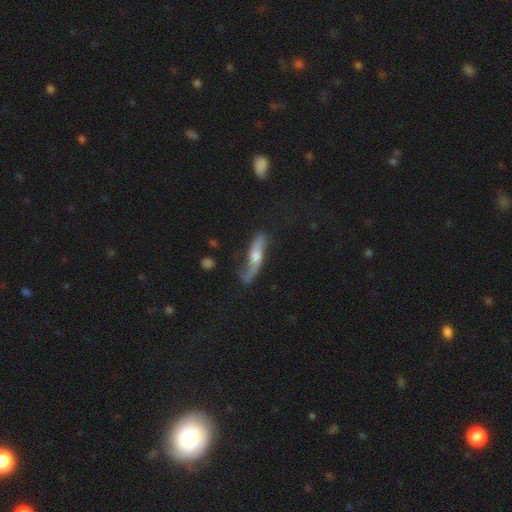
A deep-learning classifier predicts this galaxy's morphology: A featured or disk galaxy (70%) viewed edge-on (51%). Merging: none (61%).